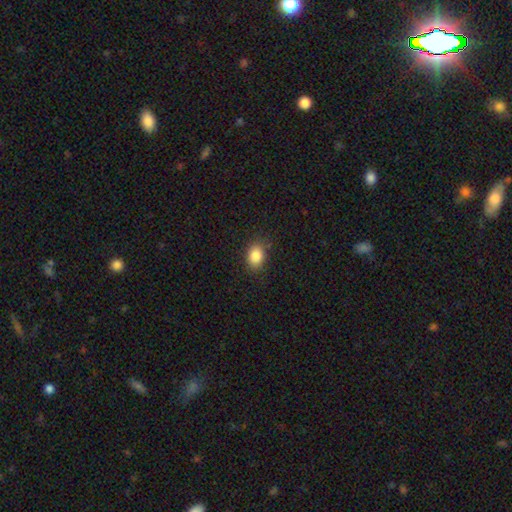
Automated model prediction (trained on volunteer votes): Smooth or featured?
  - smooth: 85% *
  - star or artifact: 10%
  - featured or disk: 5%
How rounded?
  - in between: 65% *
  - round: 34%
  - cigar-shaped: 1%
Merging?
  - none: 83% *
  - minor disturbance: 13%
  - major disturbance: 3%
  - merger: 1%